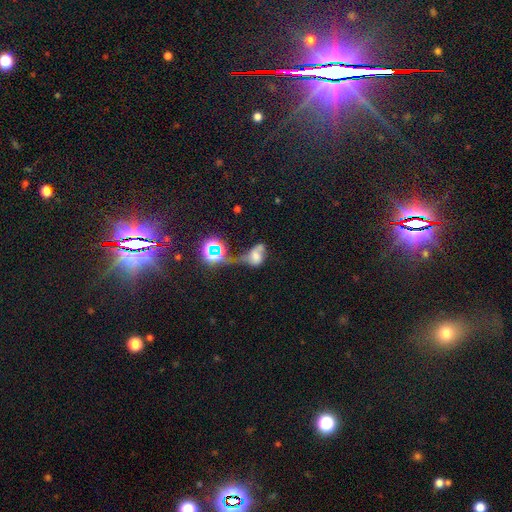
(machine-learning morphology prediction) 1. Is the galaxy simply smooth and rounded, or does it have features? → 44% smooth, 32% featured or disk, 23% star or artifact.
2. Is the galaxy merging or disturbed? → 41% merger, 31% major disturbance, 15% none, 14% minor disturbance.